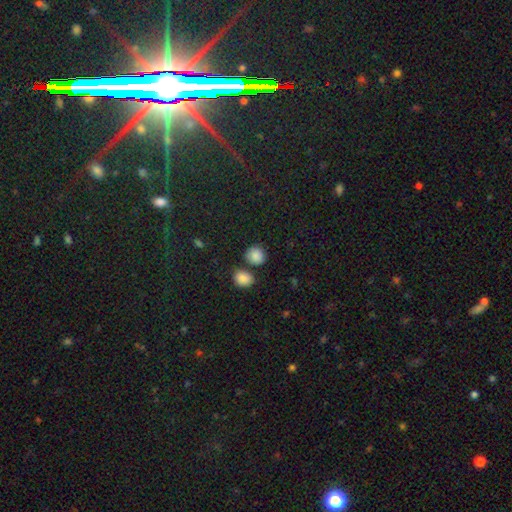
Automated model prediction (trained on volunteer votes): This appears to be a smooth galaxy with no disk features (86%) that is round (82%). Merging: none (72%).